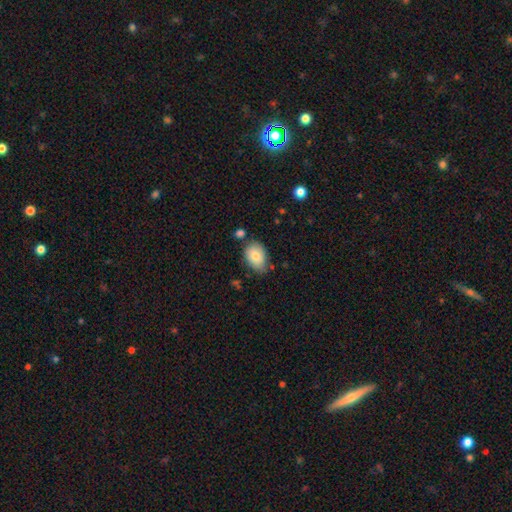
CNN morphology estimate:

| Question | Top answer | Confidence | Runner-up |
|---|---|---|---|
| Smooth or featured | smooth | 80% | featured or disk (13%) |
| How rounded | in between | 79% | round (20%) |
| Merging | none | 66% | minor disturbance (23%) |